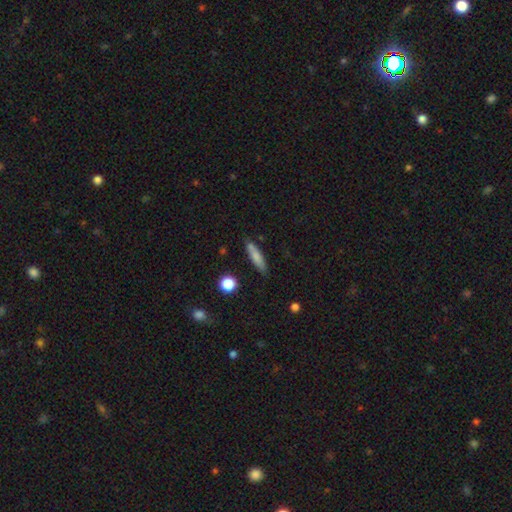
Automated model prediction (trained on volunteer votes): smooth-or-featured: smooth: 77% | featured or disk: 15% | star or artifact: 8%
  how-rounded: cigar-shaped: 74% | in between: 24% | round: 3%
  merging: none: 79% | minor disturbance: 15% | merger: 3% | major disturbance: 3%